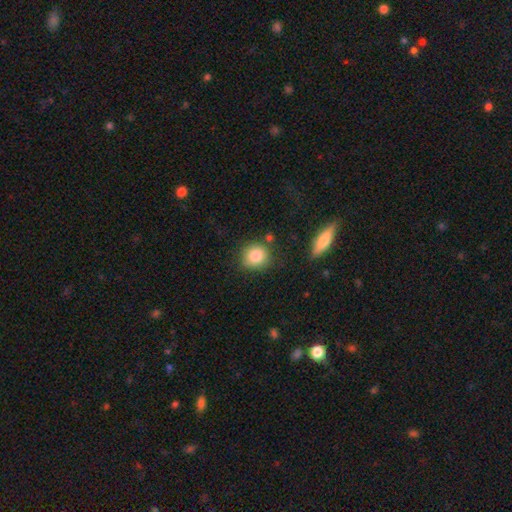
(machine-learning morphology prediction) Overall: smooth (85%). How rounded: round (84%). Merging: none (77%).